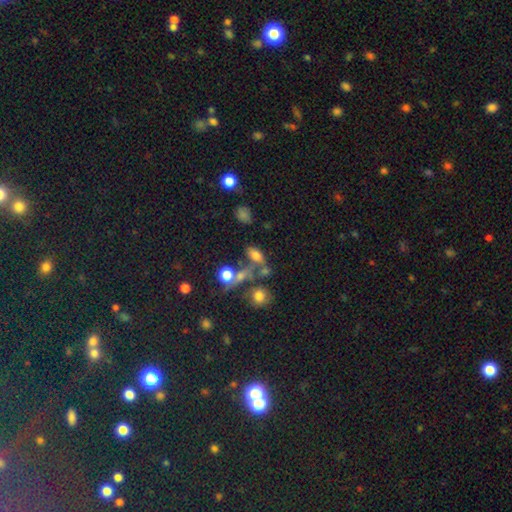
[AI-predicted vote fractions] Q: Smooth or featured?
A: smooth (69%); runner-up: star or artifact (16%)
Q: How rounded?
A: in between (78%); runner-up: round (14%)
Q: Merging?
A: none (45%); runner-up: merger (29%)